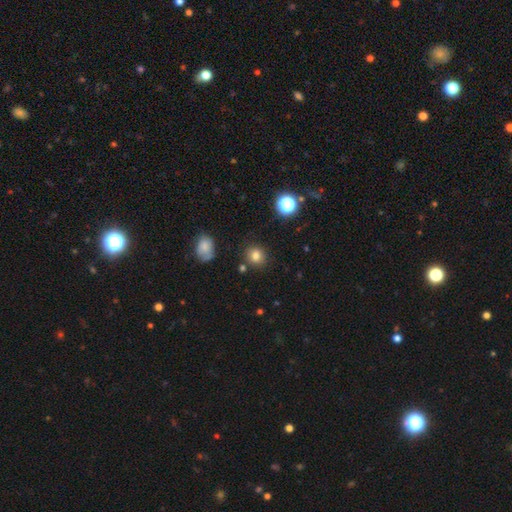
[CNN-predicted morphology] smooth-or-featured: smooth: 79% | star or artifact: 14% | featured or disk: 7%
  how-rounded: round: 85% | in between: 14% | cigar-shaped: 1%
  merging: none: 85% | minor disturbance: 9% | merger: 4% | major disturbance: 3%